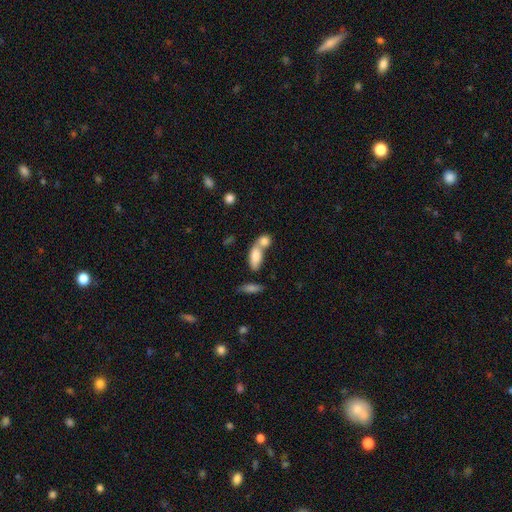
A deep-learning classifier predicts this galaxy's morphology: This appears to be a smooth galaxy with no disk features (80%) that is in between round and cigar-shaped (80%). Merging: merger (62%).